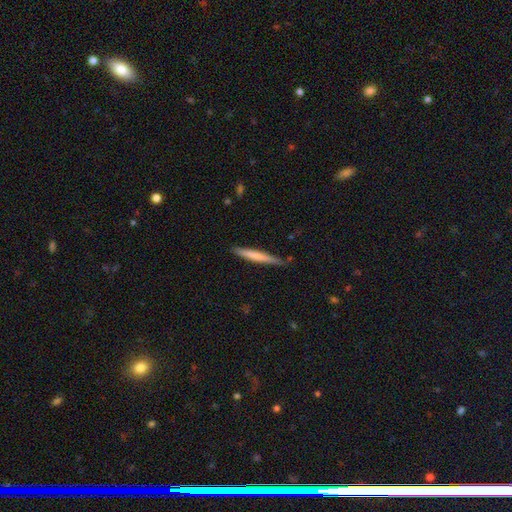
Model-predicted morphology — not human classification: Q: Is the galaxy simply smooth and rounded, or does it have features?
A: smooth — 63%.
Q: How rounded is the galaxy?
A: cigar-shaped — 96%.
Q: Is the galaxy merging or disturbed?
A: none — 82%.